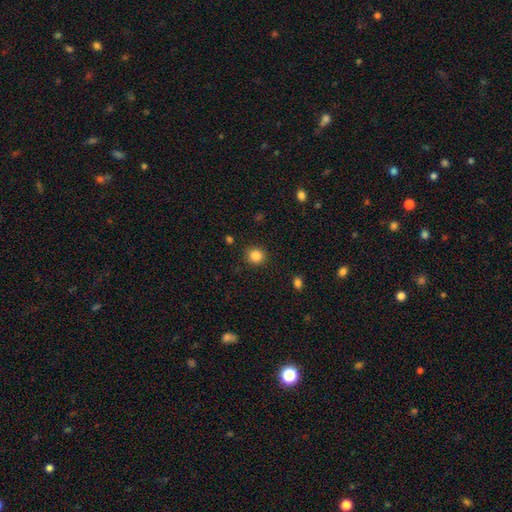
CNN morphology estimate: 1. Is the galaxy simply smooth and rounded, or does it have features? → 85% smooth, 11% star or artifact, 4% featured or disk.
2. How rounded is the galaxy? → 89% round, 10% in between, 1% cigar-shaped.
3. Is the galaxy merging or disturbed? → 90% none, 7% minor disturbance, 2% major disturbance, 1% merger.